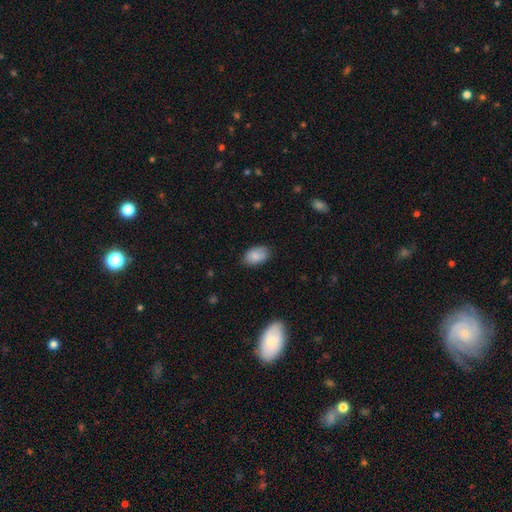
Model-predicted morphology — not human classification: Smooth or featured? Predicted: smooth (p=0.84). How rounded? Predicted: in between (p=0.91). Merging? Predicted: none (p=0.75).